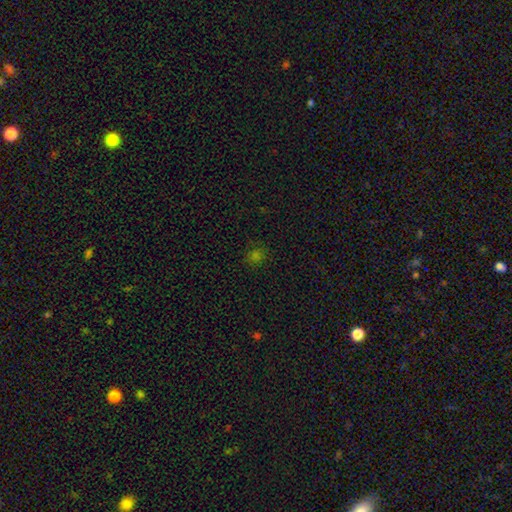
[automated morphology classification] Overall: smooth (66%; star or artifact 29%). How rounded: round (80%). Merging: none (86%).